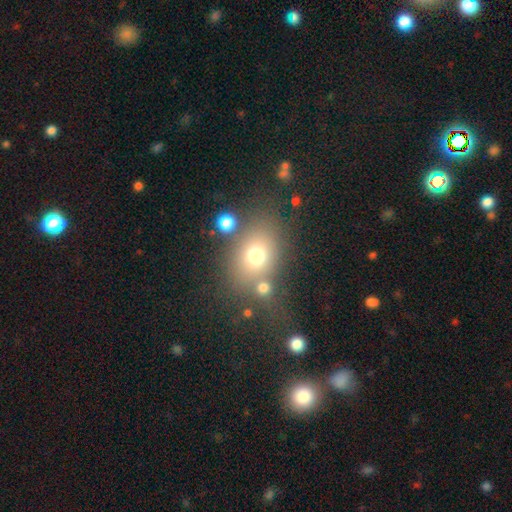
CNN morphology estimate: Smooth or featured: smooth — 71% (star or artifact — 15%)
How rounded: in between — 52% (round — 46%)
Merging: none — 62% (merger — 17%)